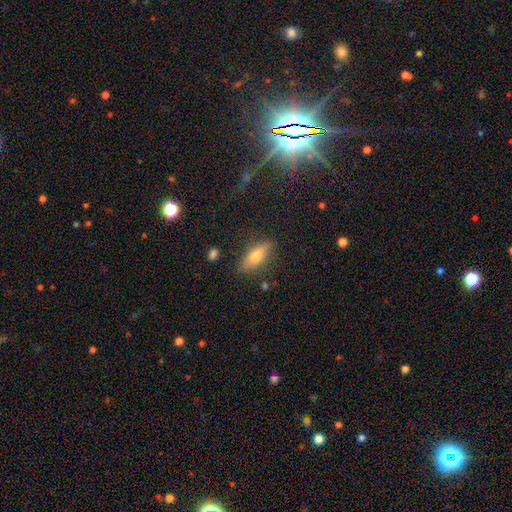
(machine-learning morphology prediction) type=smooth (51%); roundness=in between (53%); merging=none (83%).